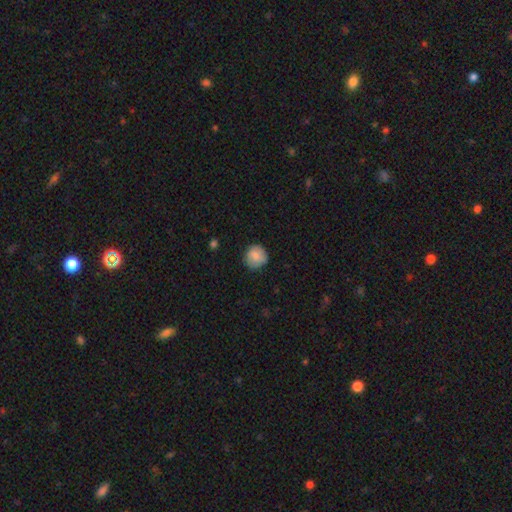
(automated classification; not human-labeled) smooth_or_featured: smooth (p=0.84) [alt: featured or disk p=0.09]
how_rounded: round (p=0.92) [alt: in between p=0.07]
merging: none (p=0.84) [alt: minor disturbance p=0.13]